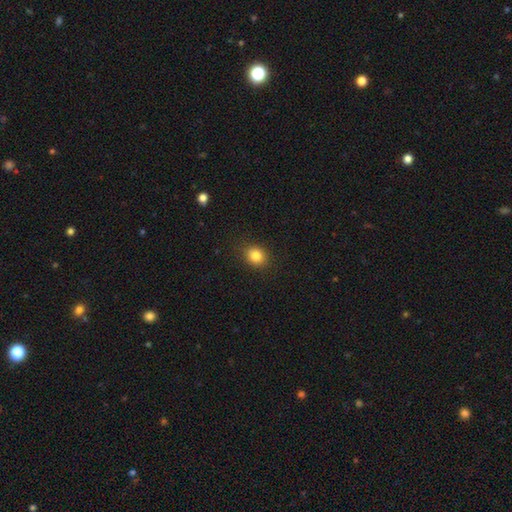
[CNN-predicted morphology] Smooth or featured? Predicted: smooth (p=0.83). How rounded? Predicted: round (p=0.70). Merging? Predicted: none (p=0.88).